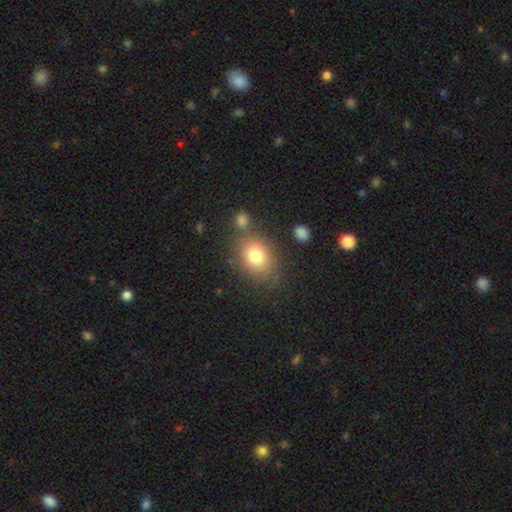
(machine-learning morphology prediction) The model was most divided on "how rounded": in between: 59%, round: 40%, cigar-shaped: 1%. More confident: smooth or featured — smooth (78%); merging — none (71%).